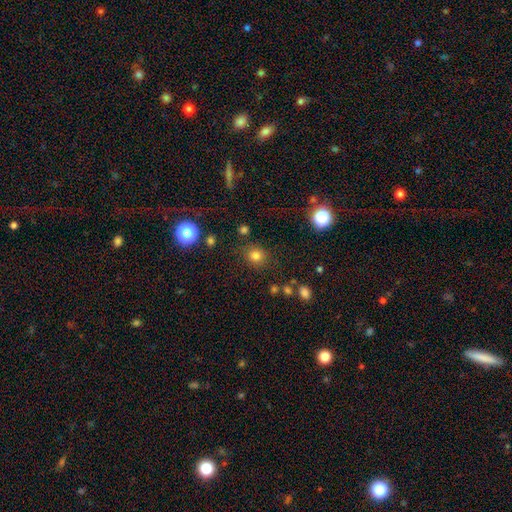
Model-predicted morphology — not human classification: Smooth or featured? smooth (78%)
How rounded? round (81%)
Merging? none (83%)